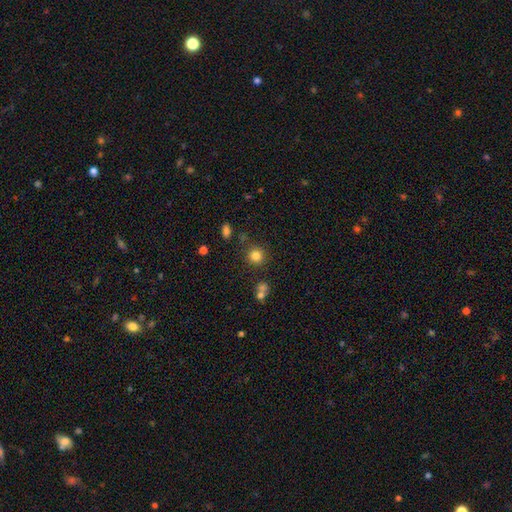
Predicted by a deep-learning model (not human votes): This is clearly a smooth galaxy (81%). How rounded: clearly round (90%). Merging: clearly none (82%).